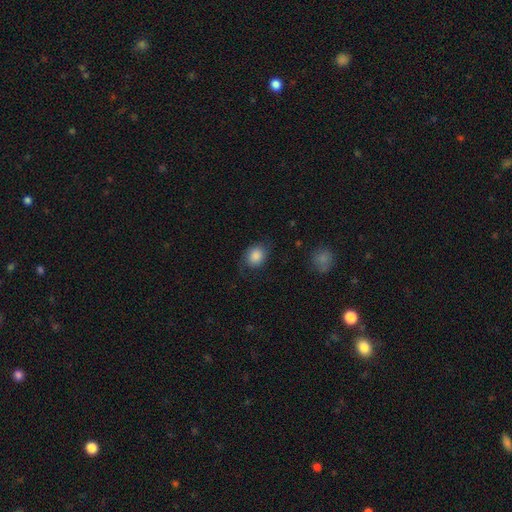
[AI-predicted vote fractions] smooth-or-featured: smooth: 85% | star or artifact: 8% | featured or disk: 7%
  how-rounded: round: 54% | in between: 45% | cigar-shaped: 1%
  merging: none: 73% | minor disturbance: 20% | major disturbance: 6% | merger: 1%